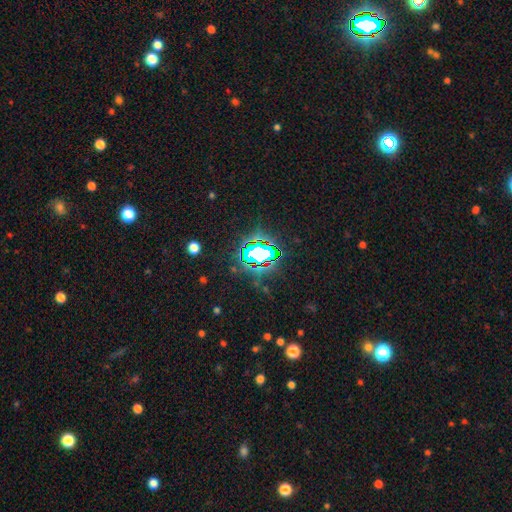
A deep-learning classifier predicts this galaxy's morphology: Q: Smooth or featured?
A: star or artifact (69%); runner-up: smooth (19%)